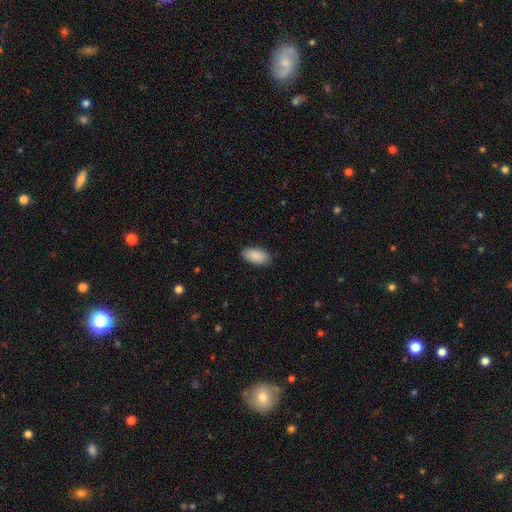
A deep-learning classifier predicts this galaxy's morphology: A smooth galaxy with no disk features (90%) that is in between round and cigar-shaped (95%). Merging: none (85%).